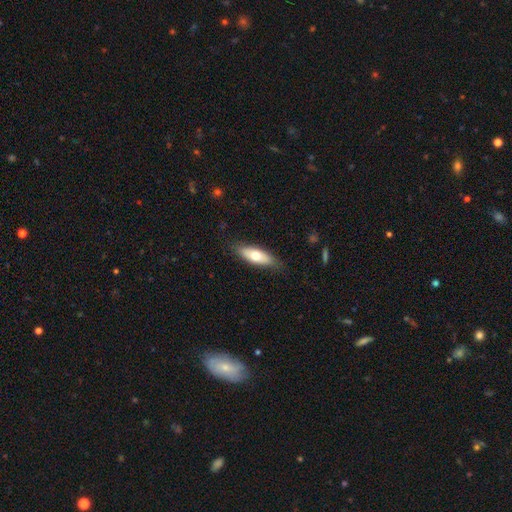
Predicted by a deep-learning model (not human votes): Smooth or featured? Predicted: smooth (p=0.63). How rounded? Predicted: in between (p=0.64). Merging? Predicted: none (p=0.83).